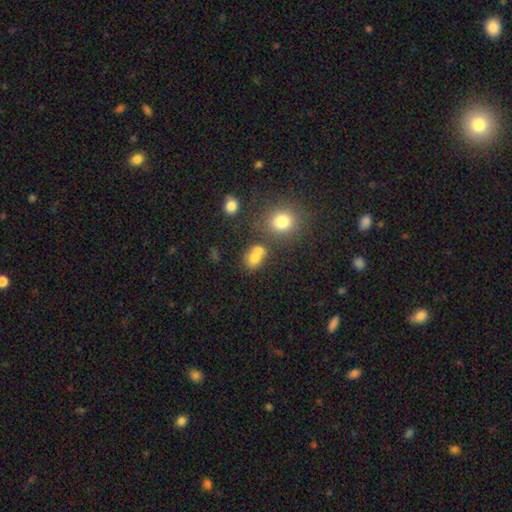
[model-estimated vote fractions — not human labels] This appears to be a smooth galaxy with no disk features (72%) that is round (57%). Merging: merger (45%).